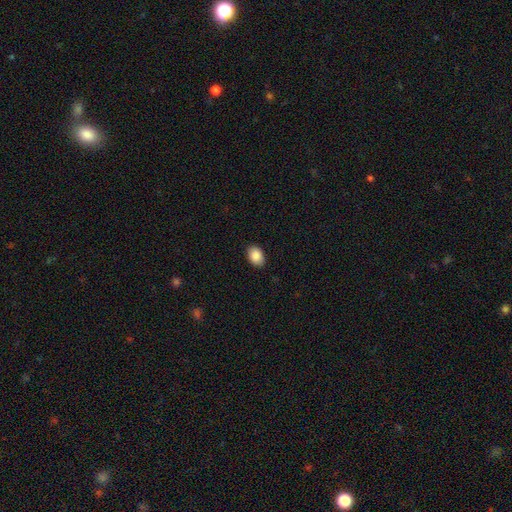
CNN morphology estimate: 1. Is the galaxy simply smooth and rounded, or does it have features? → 89% smooth, 7% star or artifact, 3% featured or disk.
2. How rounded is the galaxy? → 79% in between, 20% round, 1% cigar-shaped.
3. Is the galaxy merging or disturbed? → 88% none, 9% minor disturbance, 2% major disturbance, 1% merger.